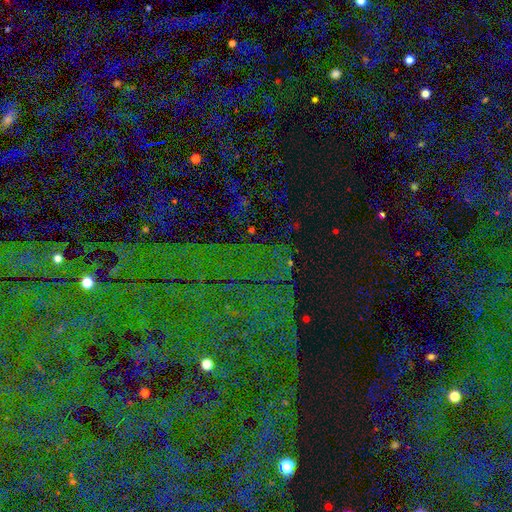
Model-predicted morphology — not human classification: The model was most divided on "smooth or featured": star or artifact: 84%, smooth: 9%, featured or disk: 7%.